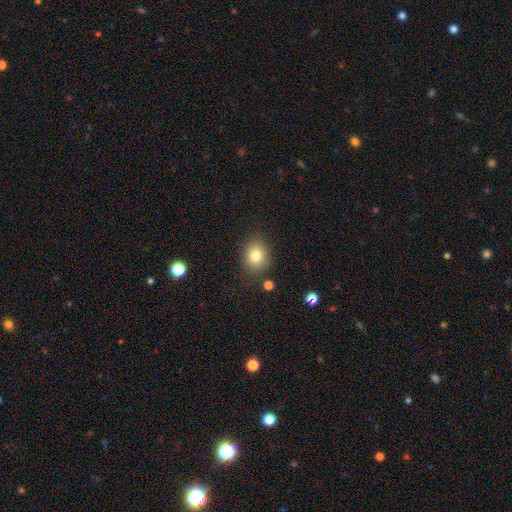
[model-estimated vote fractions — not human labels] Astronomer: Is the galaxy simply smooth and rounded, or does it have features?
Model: smooth — 80%.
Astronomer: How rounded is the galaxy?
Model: round — 65%.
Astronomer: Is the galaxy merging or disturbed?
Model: none — 83%.